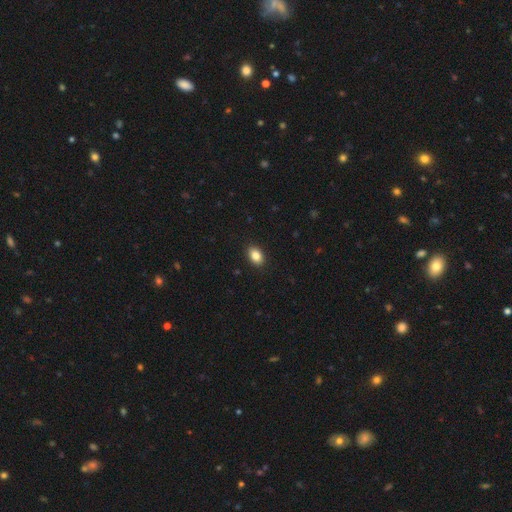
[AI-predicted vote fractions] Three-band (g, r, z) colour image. It shows a smooth galaxy with no disk features (86%) that is in between round and cigar-shaped (84%). Merging: none (90%).